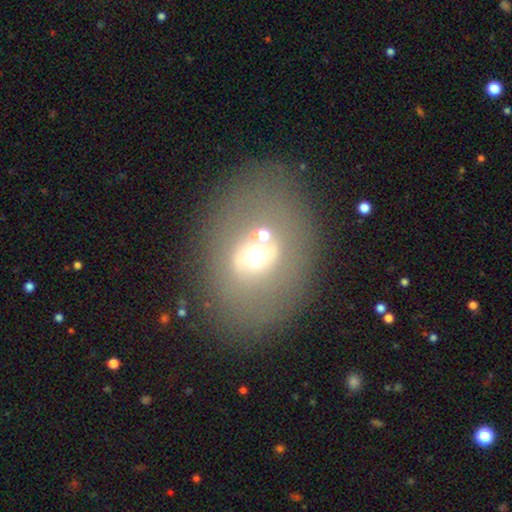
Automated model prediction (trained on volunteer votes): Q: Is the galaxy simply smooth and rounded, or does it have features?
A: smooth — 46%.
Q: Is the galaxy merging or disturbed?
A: none — 67%.